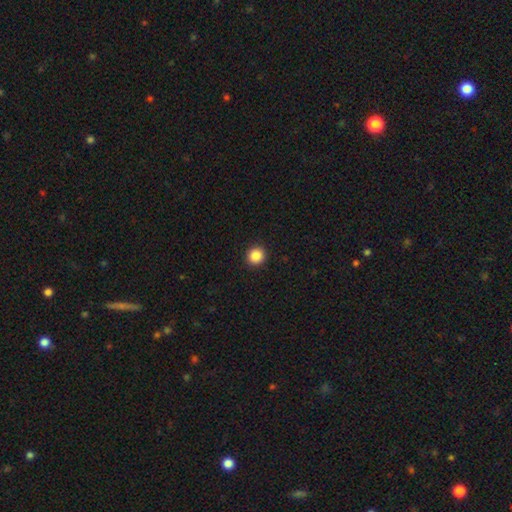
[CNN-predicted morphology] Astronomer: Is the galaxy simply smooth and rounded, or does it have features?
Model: smooth — 87%.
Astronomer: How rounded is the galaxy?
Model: round — 92%.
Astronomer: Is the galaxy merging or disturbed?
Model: none — 93%.